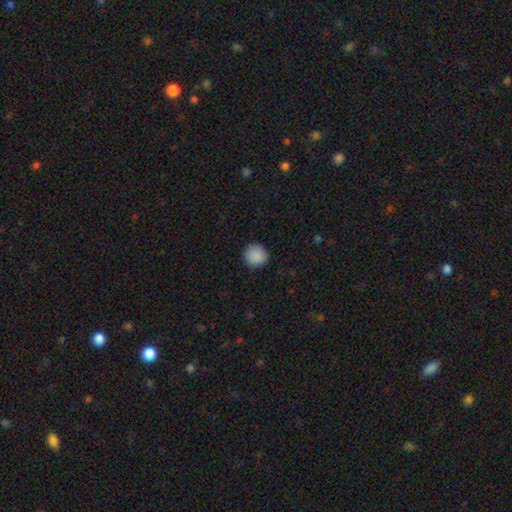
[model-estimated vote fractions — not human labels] smooth 89%, star or artifact 8%, featured or disk 3%. Down the decision tree: how rounded — round (93%); merging — none (90%).